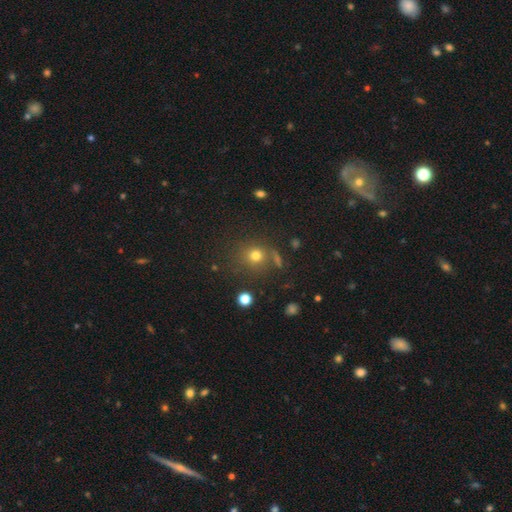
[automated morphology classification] smooth-or-featured: smooth: 72% | star or artifact: 18% | featured or disk: 9%
  how-rounded: round: 86% | in between: 13% | cigar-shaped: 1%
  merging: none: 73% | minor disturbance: 12% | merger: 9% | major disturbance: 6%